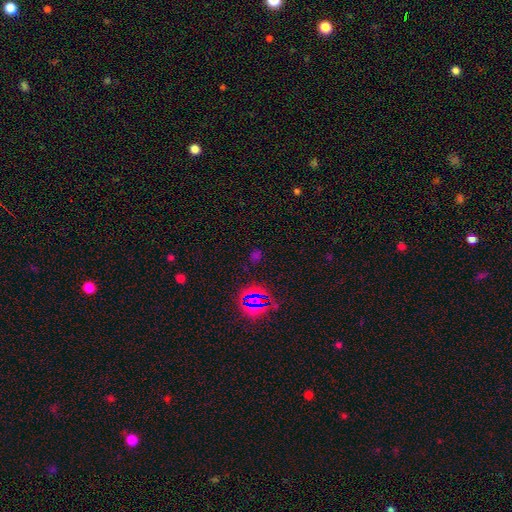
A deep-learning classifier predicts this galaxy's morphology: smooth-or-featured: star or artifact: 55% | smooth: 39% | featured or disk: 7%